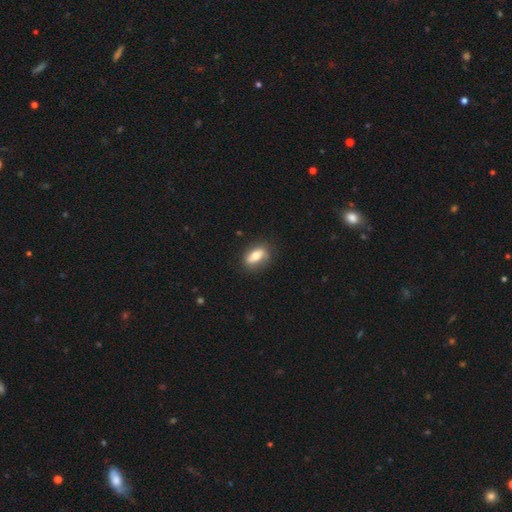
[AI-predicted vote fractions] A smooth galaxy with no disk features (60%) that is in between round and cigar-shaped (79%). Merging: none (79%).